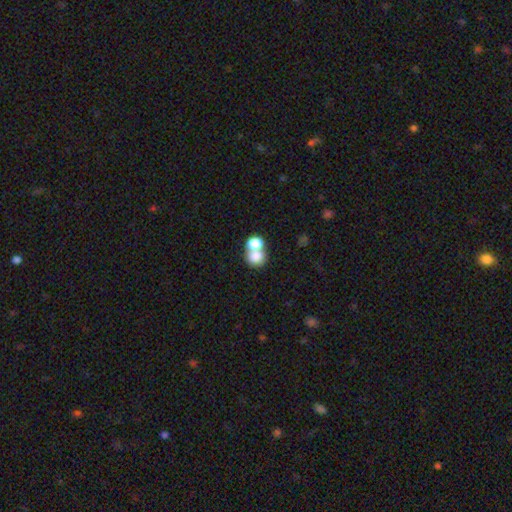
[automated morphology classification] Q: Smooth or featured?
A: smooth (77%); runner-up: featured or disk (13%)
Q: How rounded?
A: round (60%); runner-up: in between (39%)
Q: Merging?
A: merger (61%); runner-up: none (29%)